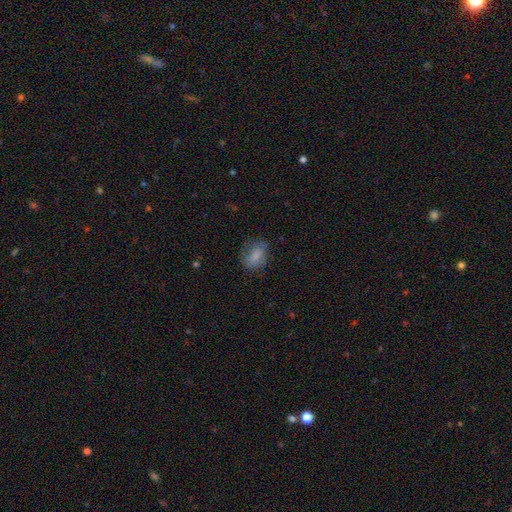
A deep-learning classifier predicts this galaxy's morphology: Smooth or featured: smooth — 75% (featured or disk — 15%)
How rounded: in between — 69% (round — 28%)
Merging: none — 60% (minor disturbance — 25%)